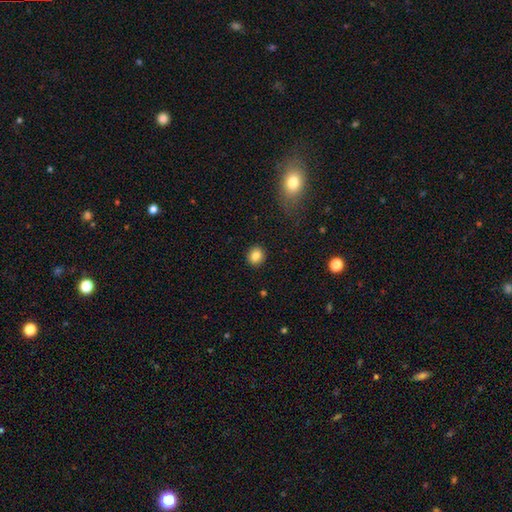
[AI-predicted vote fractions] Smooth or featured?
  - smooth: 85% *
  - star or artifact: 10%
  - featured or disk: 6%
How rounded?
  - round: 80% *
  - in between: 19%
  - cigar-shaped: 1%
Merging?
  - none: 91% *
  - minor disturbance: 6%
  - major disturbance: 2%
  - merger: 1%